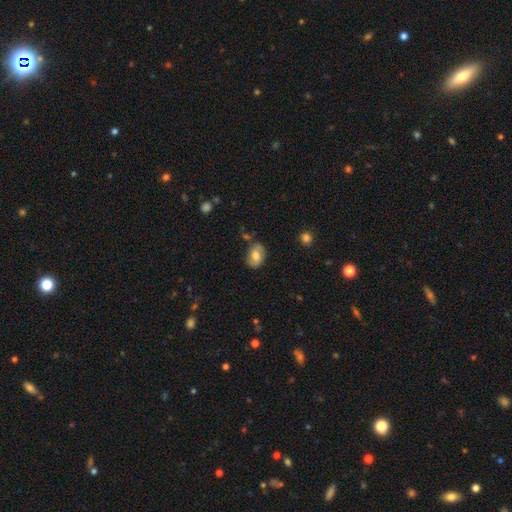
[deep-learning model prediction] Q: Smooth or featured?
A: smooth (70%); runner-up: featured or disk (22%)
Q: How rounded?
A: in between (78%); runner-up: round (20%)
Q: Merging?
A: none (69%); runner-up: minor disturbance (21%)